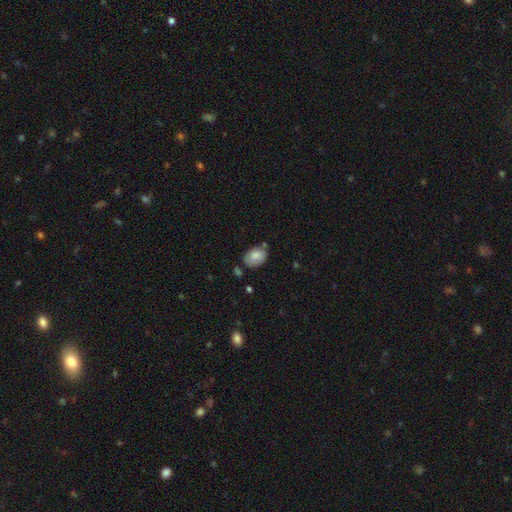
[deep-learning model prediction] Smooth or featured? Predicted: smooth (p=0.81). How rounded? Predicted: in between (p=0.81). Merging? Predicted: none (p=0.63).